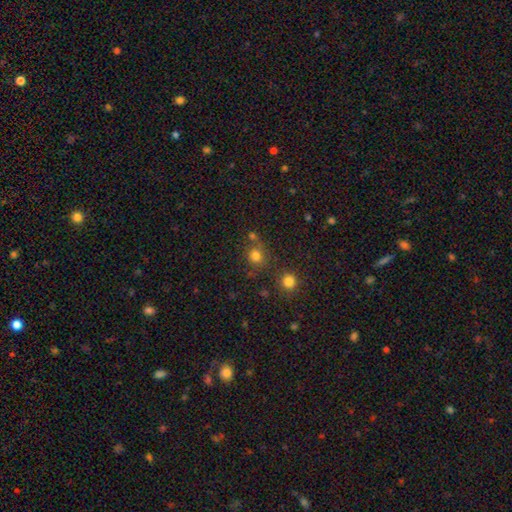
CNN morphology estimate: type=smooth (76%); roundness=round (86%); merging=none (67%).